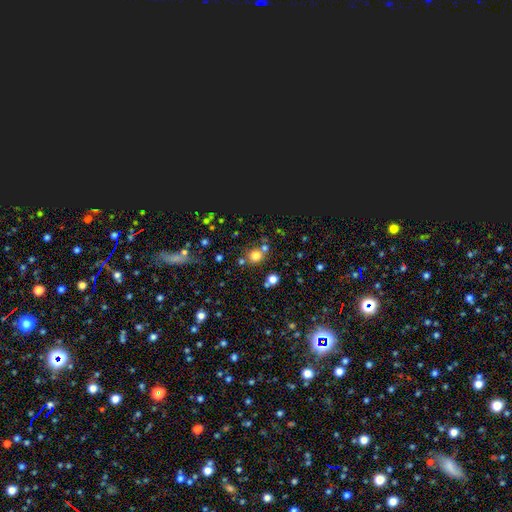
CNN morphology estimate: Smooth or featured: smooth — 73% (star or artifact — 20%)
How rounded: round — 89% (in between — 10%)
Merging: none — 70% (merger — 17%)